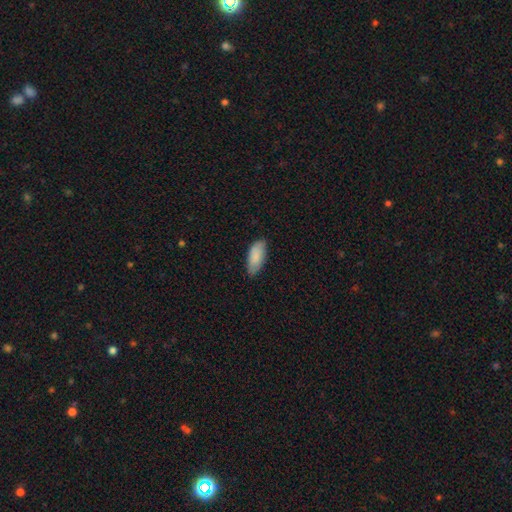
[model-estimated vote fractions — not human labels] smooth_or_featured: smooth (p=0.87) [alt: featured or disk p=0.08]
how_rounded: in between (p=0.87) [alt: cigar-shaped p=0.11]
merging: none (p=0.80) [alt: minor disturbance p=0.17]